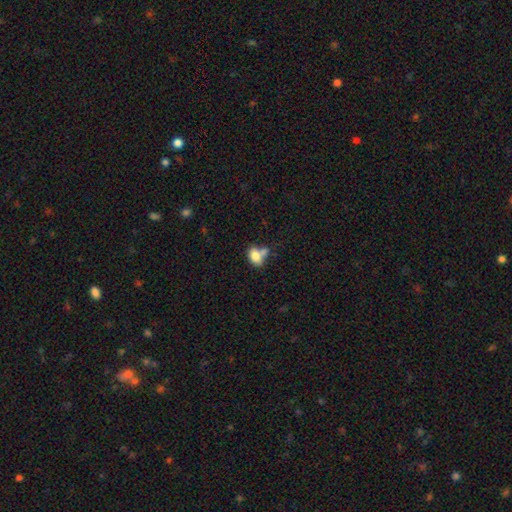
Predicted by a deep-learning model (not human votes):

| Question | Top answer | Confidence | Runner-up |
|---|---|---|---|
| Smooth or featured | smooth | 78% | featured or disk (12%) |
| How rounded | in between | 77% | round (21%) |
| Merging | merger | 42% | none (35%) |